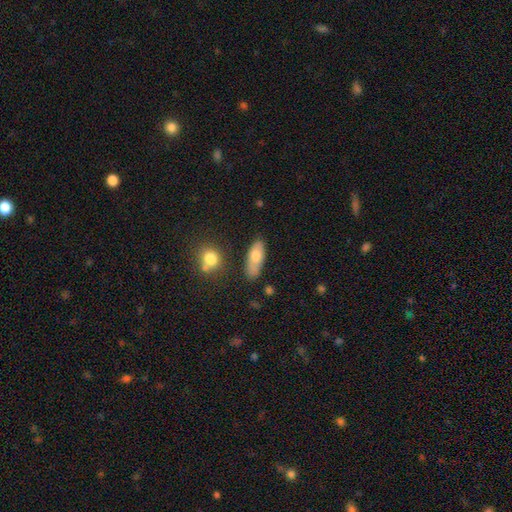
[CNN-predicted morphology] A smooth galaxy with no disk features (72%) that is in between round and cigar-shaped (74%). Merging: none (71%).